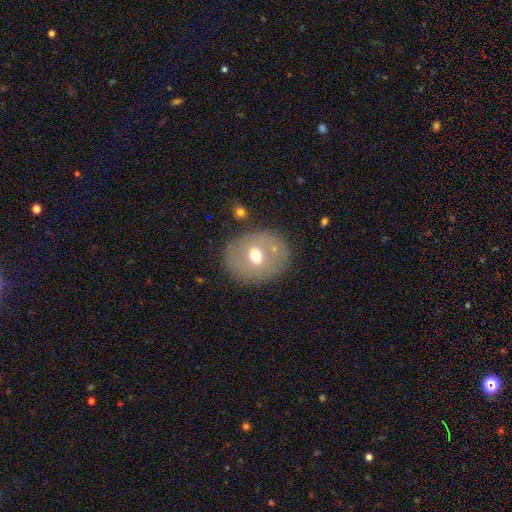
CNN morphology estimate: type=smooth (55%); roundness=round (61%); merging=none (81%).